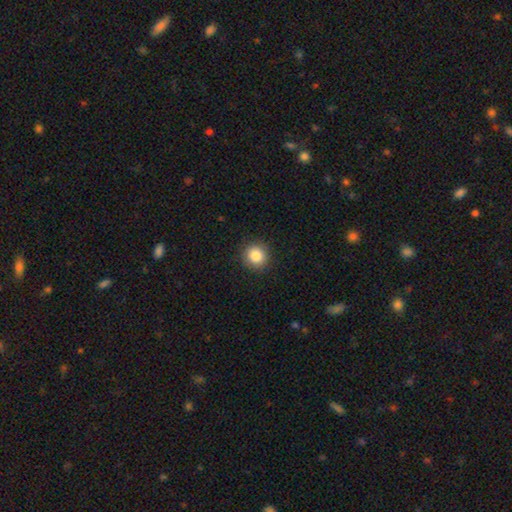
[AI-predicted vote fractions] smooth_or_featured: smooth (p=0.85) [alt: star or artifact p=0.10]
how_rounded: round (p=0.90) [alt: in between p=0.09]
merging: none (p=0.91) [alt: minor disturbance p=0.06]